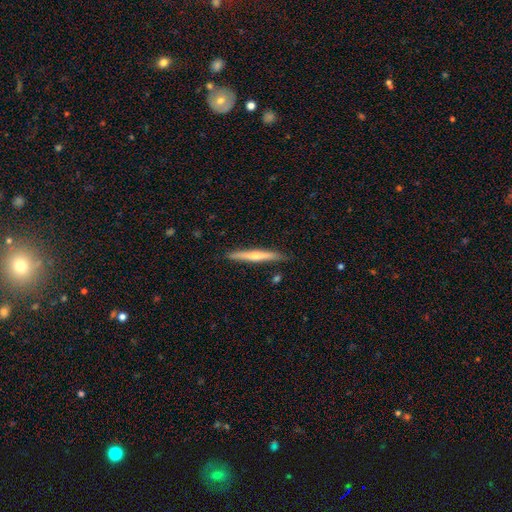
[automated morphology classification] type=featured or disk (58%); edge-on=yes (97%); edge-on bulge=rounded (77%); merging=none (88%).